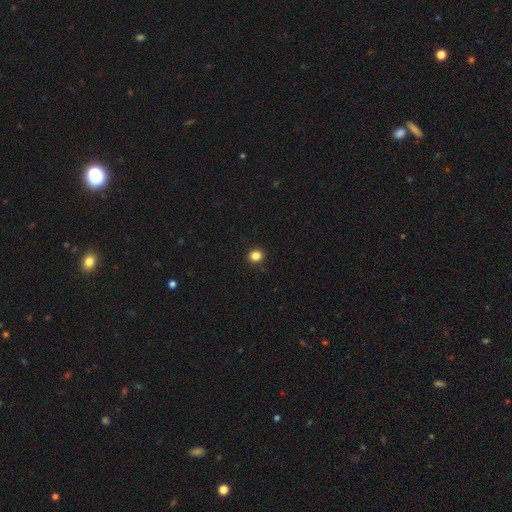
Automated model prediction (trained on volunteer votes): smooth_or_featured: smooth (p=0.84) [alt: star or artifact p=0.12]
how_rounded: round (p=0.90) [alt: in between p=0.09]
merging: none (p=0.93) [alt: minor disturbance p=0.04]